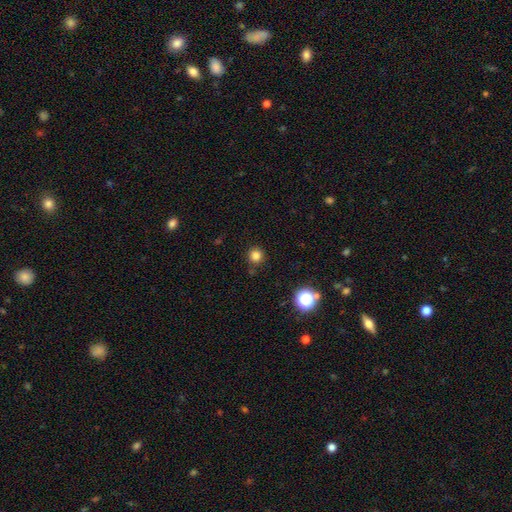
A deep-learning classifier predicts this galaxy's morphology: smooth-or-featured: smooth: 81% | star or artifact: 15% | featured or disk: 4%
  how-rounded: round: 92% | in between: 7% | cigar-shaped: 1%
  merging: none: 87% | minor disturbance: 8% | merger: 3% | major disturbance: 2%